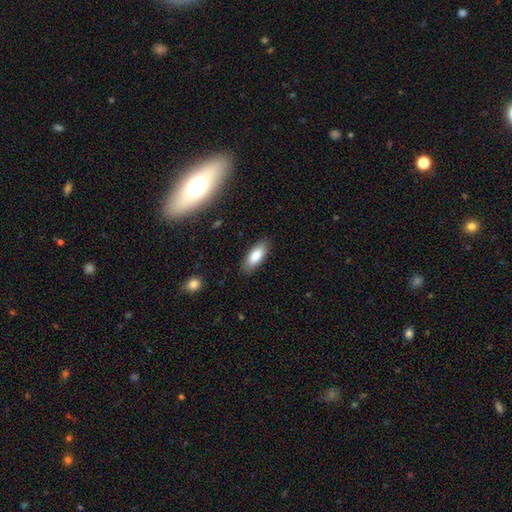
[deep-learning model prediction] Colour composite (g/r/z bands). It shows a smooth galaxy with no disk features (84%) that is in between round and cigar-shaped (82%). Merging: none (85%).